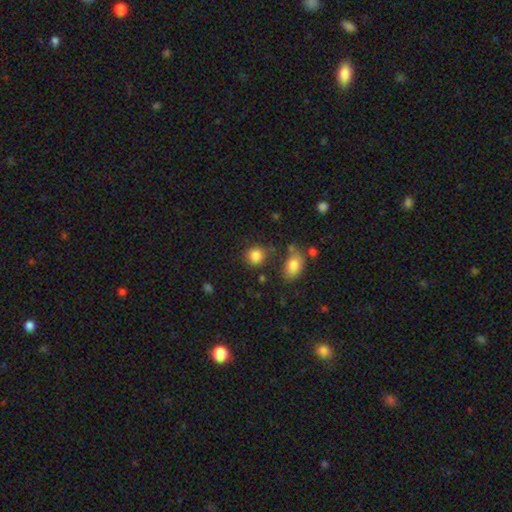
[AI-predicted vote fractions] Q: Smooth or featured?
A: smooth (85%); runner-up: star or artifact (10%)
Q: How rounded?
A: round (83%); runner-up: in between (15%)
Q: Merging?
A: none (75%); runner-up: minor disturbance (14%)